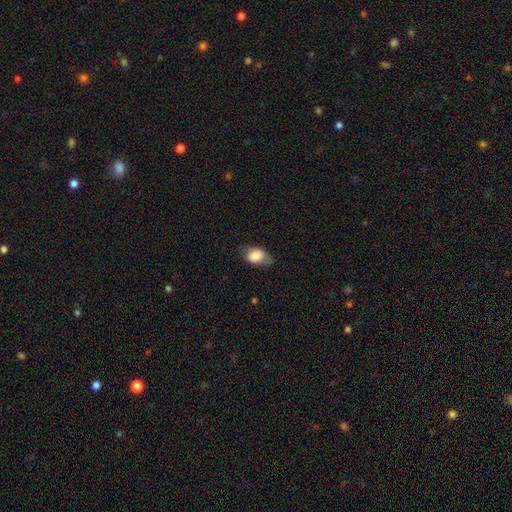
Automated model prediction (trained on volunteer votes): This is likely a smooth galaxy (79%). How rounded: clearly in between (85%). Merging: likely none (64%).